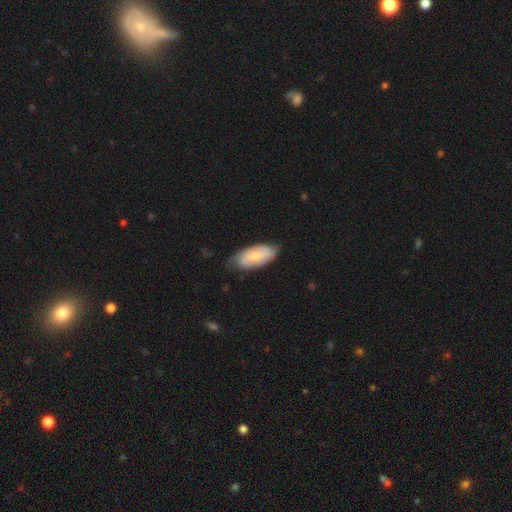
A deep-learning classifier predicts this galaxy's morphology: The model was most divided on "smooth or featured": smooth: 51%, featured or disk: 44%, star or artifact: 6%. More confident: how rounded — in between (86%); merging — none (68%).